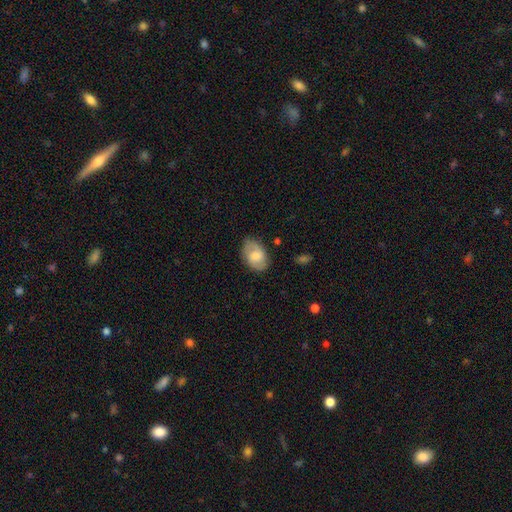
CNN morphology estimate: This is possibly a smooth galaxy (54%). How rounded: clearly in between (86%). Merging: likely none (75%).